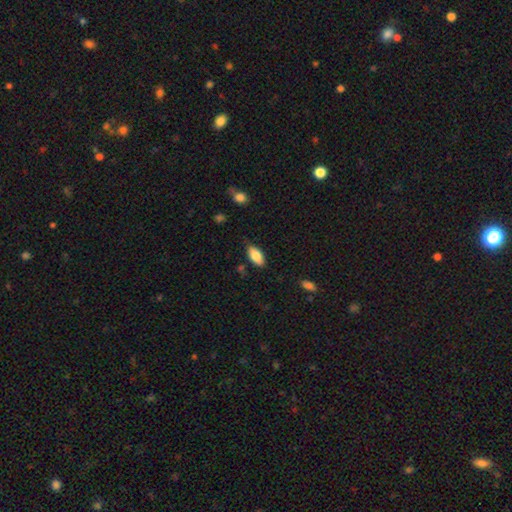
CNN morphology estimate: type=smooth (82%); roundness=in between (89%); merging=none (81%).